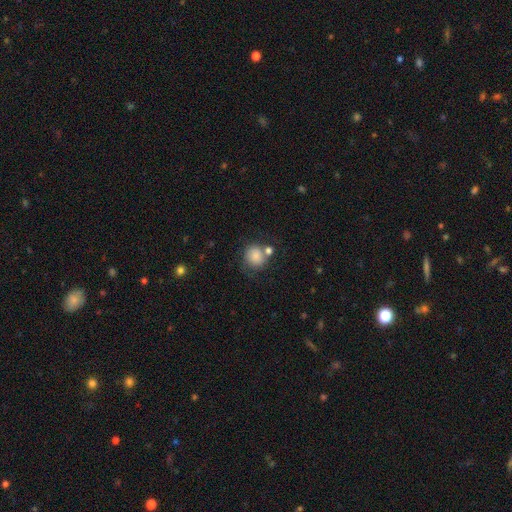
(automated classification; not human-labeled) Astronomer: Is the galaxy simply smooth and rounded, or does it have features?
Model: smooth — 79%.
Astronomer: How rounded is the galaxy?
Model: round — 83%.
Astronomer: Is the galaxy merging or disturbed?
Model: none — 53%.